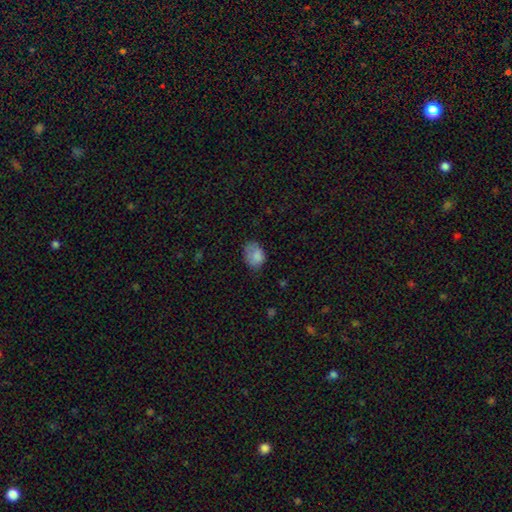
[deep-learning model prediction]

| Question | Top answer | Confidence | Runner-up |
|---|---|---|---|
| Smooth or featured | smooth | 82% | star or artifact (9%) |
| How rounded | in between | 67% | round (32%) |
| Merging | none | 57% | minor disturbance (31%) |